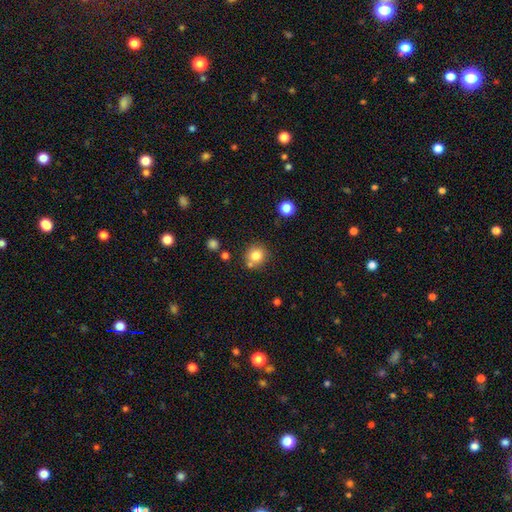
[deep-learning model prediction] smooth 81%, star or artifact 11%, featured or disk 8%. Down the decision tree: how rounded — round (90%); merging — none (71%).